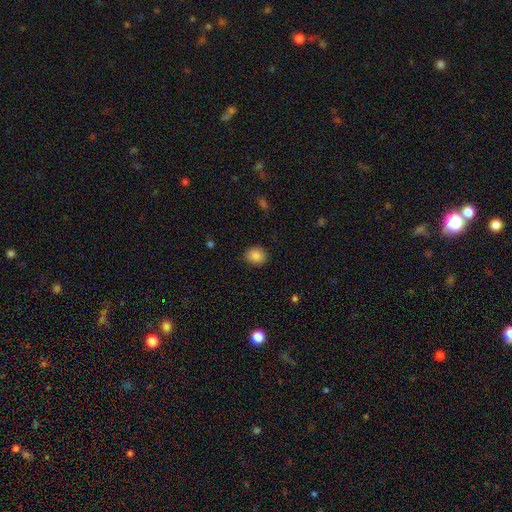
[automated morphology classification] The model was most divided on "how rounded": round: 71%, in between: 28%, cigar-shaped: 1%. More confident: merging — none (88%); smooth or featured — smooth (85%).